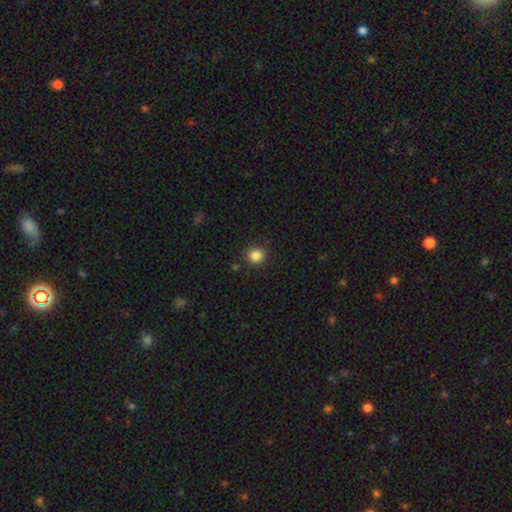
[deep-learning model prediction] This is clearly a smooth galaxy (85%). How rounded: clearly round (89%). Merging: clearly none (88%).